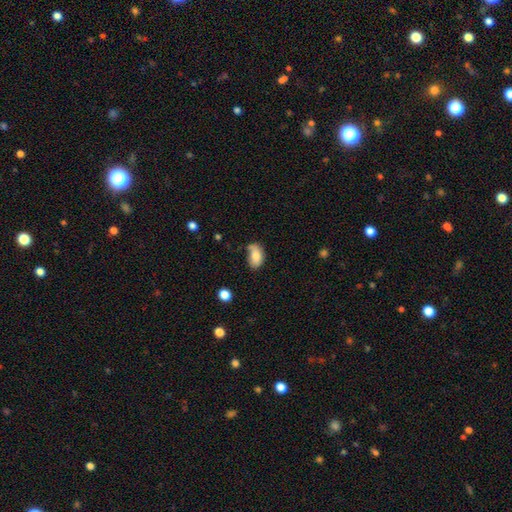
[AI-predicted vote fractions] Smooth or featured: smooth — 80% (featured or disk — 13%)
How rounded: in between — 91% (round — 7%)
Merging: none — 49% (minor disturbance — 34%)